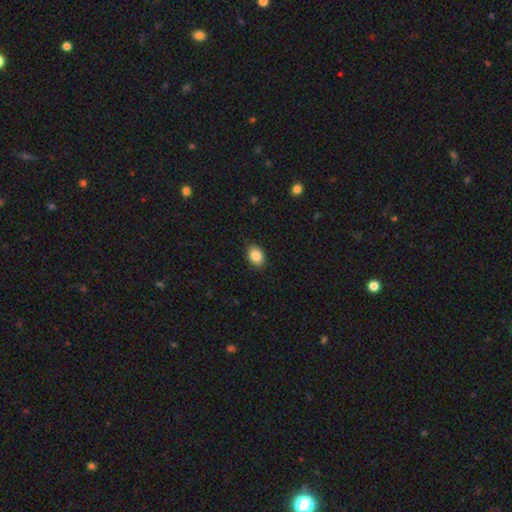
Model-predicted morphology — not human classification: Smooth or featured?
  - smooth: 87% *
  - star or artifact: 8%
  - featured or disk: 5%
How rounded?
  - in between: 69% *
  - round: 30%
  - cigar-shaped: 1%
Merging?
  - none: 86% *
  - minor disturbance: 11%
  - major disturbance: 2%
  - merger: 1%